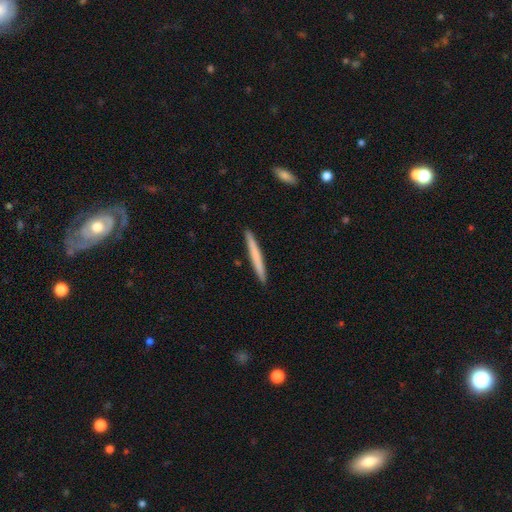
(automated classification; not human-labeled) Smooth or featured? Predicted: smooth (p=0.66). How rounded? Predicted: cigar-shaped (p=0.97). Merging? Predicted: none (p=0.92).